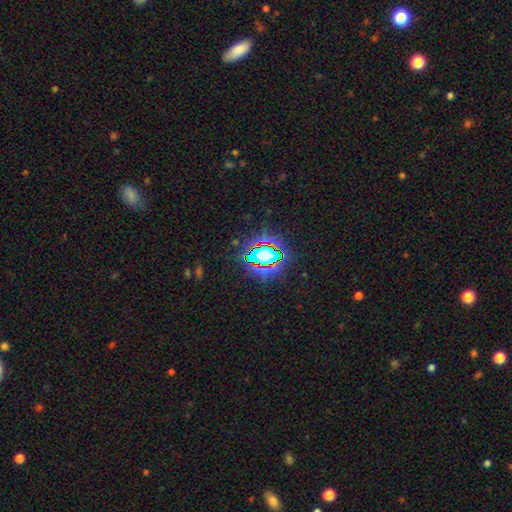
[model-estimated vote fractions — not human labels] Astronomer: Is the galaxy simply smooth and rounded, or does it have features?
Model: star or artifact — 81%.